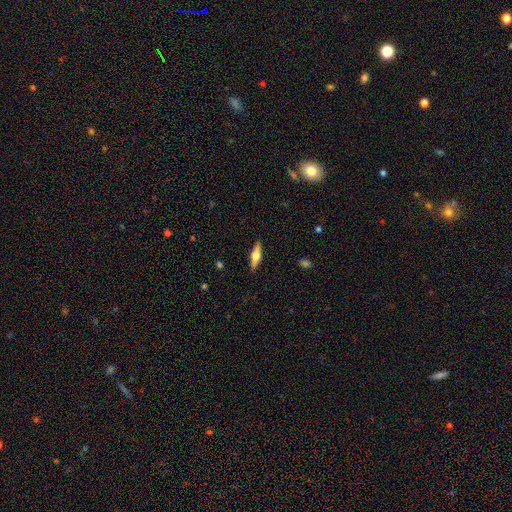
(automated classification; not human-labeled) Smooth or featured: featured or disk — 55% (smooth — 39%)
Edge-on disk: yes — 95% (no — 5%)
Edge-on bulge: rounded — 92% (boxy — 6%)
Merging: none — 89% (minor disturbance — 8%)